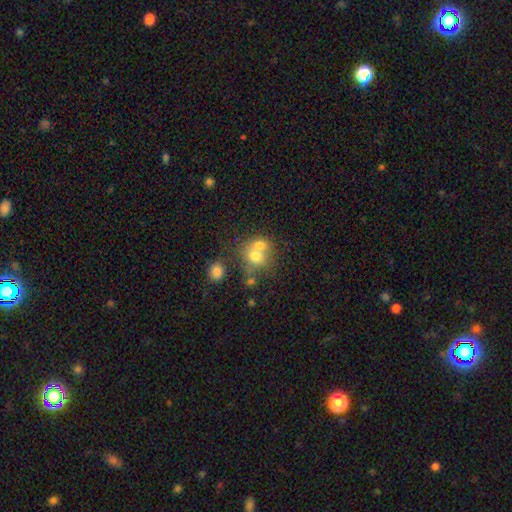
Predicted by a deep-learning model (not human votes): A smooth galaxy with no disk features (69%) that is round (69%).

Vote fractions:
- Smooth or featured? smooth: 69% / featured or disk: 19% / star or artifact: 12%
- How rounded? round: 69% / in between: 30% / cigar-shaped: 1%
- Merging? merger: 57% / none: 31% / minor disturbance: 8% / major disturbance: 4%